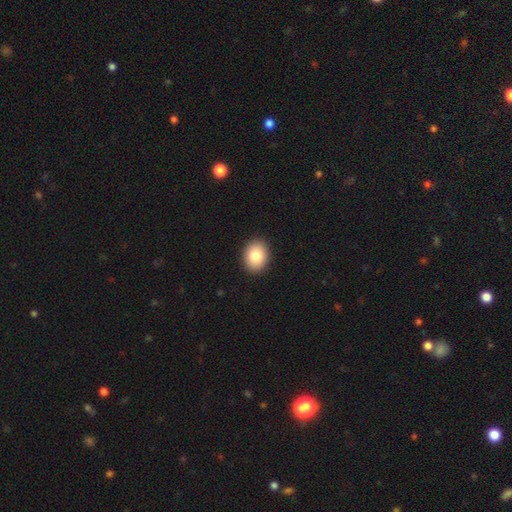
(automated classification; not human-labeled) Smooth or featured: smooth — 83% (featured or disk — 9%)
How rounded: in between — 58% (round — 41%)
Merging: none — 91% (minor disturbance — 6%)